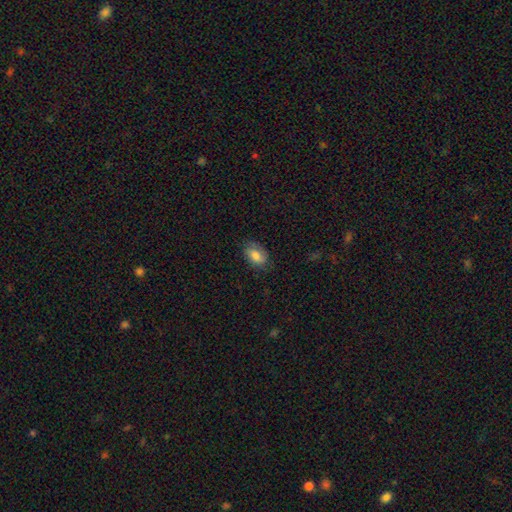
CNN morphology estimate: smooth_or_featured: smooth (p=0.79) [alt: featured or disk p=0.13]
how_rounded: in between (p=0.88) [alt: round p=0.10]
merging: none (p=0.76) [alt: minor disturbance p=0.18]